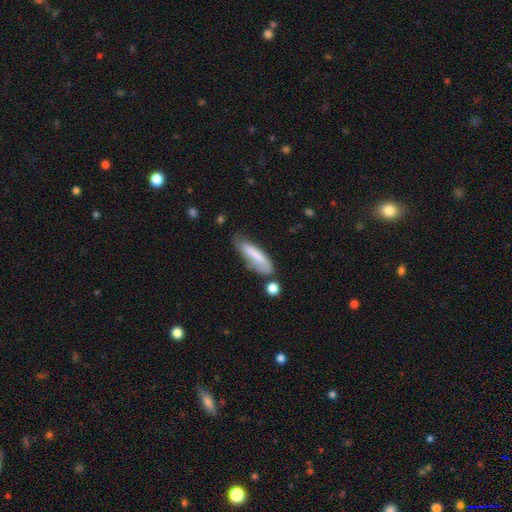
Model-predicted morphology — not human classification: Q: Smooth or featured?
A: smooth (66%); runner-up: featured or disk (27%)
Q: How rounded?
A: cigar-shaped (62%); runner-up: in between (36%)
Q: Merging?
A: none (44%); runner-up: minor disturbance (31%)